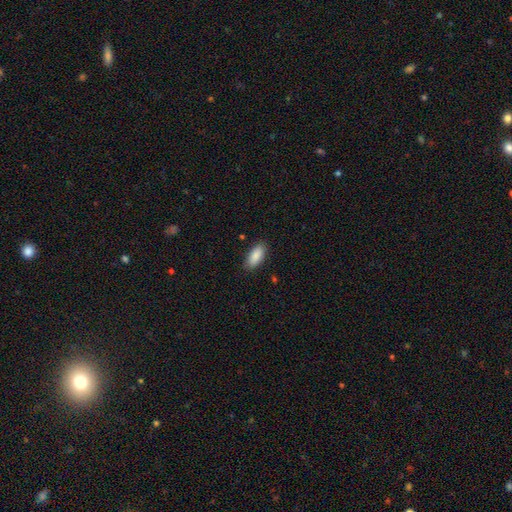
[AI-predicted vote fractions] Smooth or featured: smooth — 89% (star or artifact — 6%)
How rounded: in between — 84% (cigar-shaped — 14%)
Merging: none — 86% (minor disturbance — 11%)